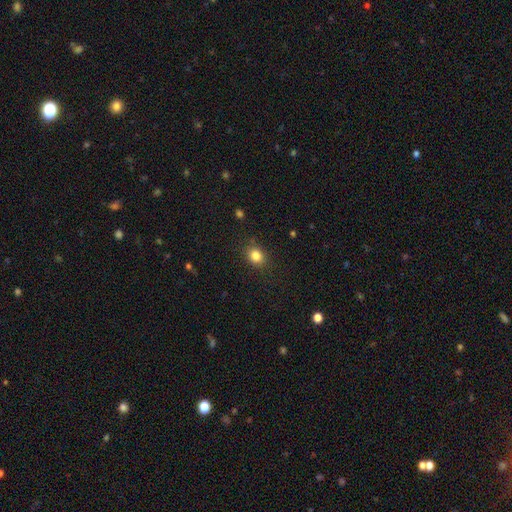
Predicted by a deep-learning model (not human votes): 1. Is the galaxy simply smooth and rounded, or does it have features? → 84% smooth, 11% star or artifact, 5% featured or disk.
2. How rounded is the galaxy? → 63% round, 36% in between, 1% cigar-shaped.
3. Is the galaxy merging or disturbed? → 85% none, 11% minor disturbance, 3% major disturbance, 1% merger.